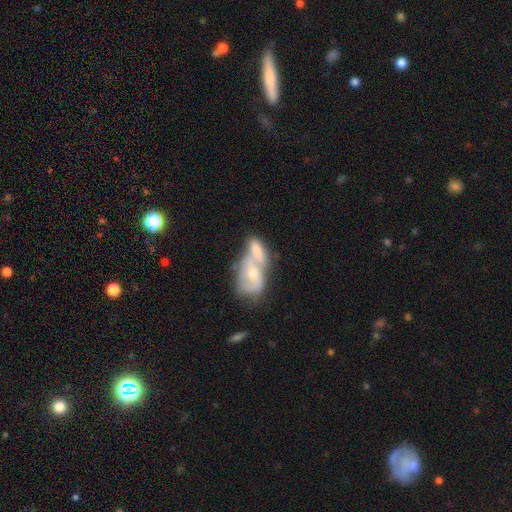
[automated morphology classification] Smooth or featured? Predicted: featured or disk (p=0.51). Edge-on disk? Predicted: no (p=0.93). Merging? Predicted: merger (p=0.72).